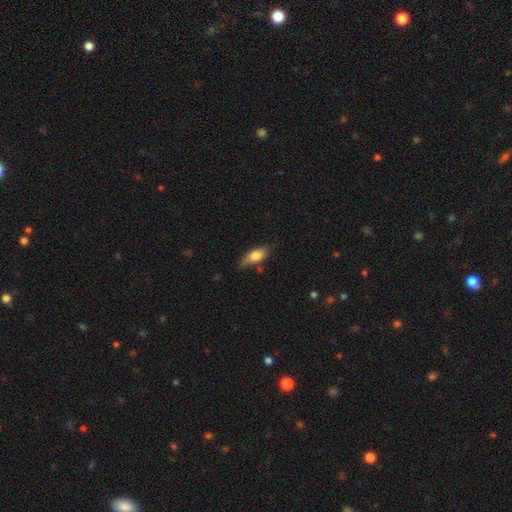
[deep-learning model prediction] The model was most divided on "merging": none: 67%, minor disturbance: 25%, major disturbance: 5%, merger: 3%. More confident: how rounded — in between (75%); smooth or featured — smooth (73%).